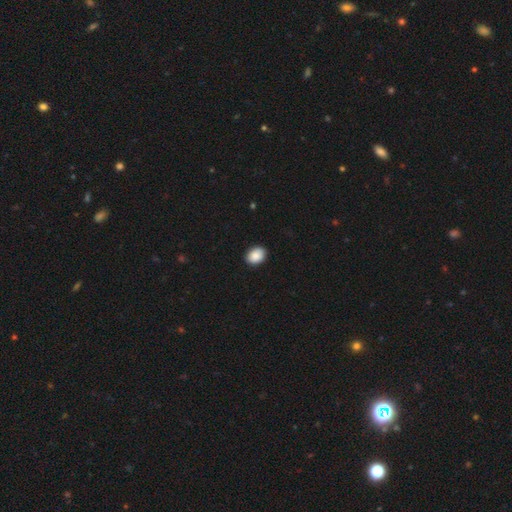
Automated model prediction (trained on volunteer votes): A smooth galaxy with no disk features (90%) that is in between round and cigar-shaped (69%).

Vote fractions:
- Smooth or featured? smooth: 90% / star or artifact: 7% / featured or disk: 3%
- How rounded? in between: 69% / round: 31% / cigar-shaped: 1%
- Merging? none: 89% / minor disturbance: 8% / major disturbance: 2% / merger: 1%